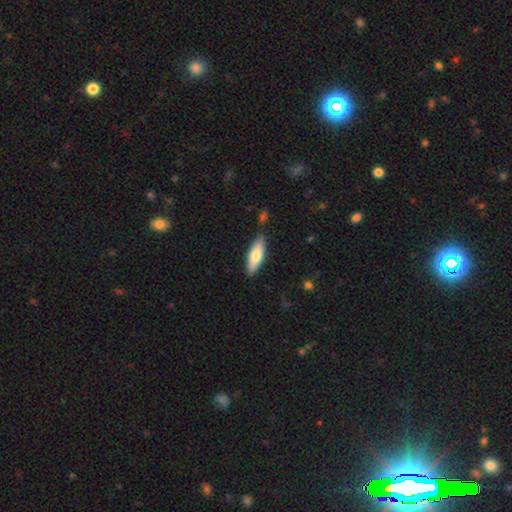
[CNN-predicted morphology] This is likely a smooth galaxy (68%). How rounded: possibly in between (52%). Merging: clearly none (83%).